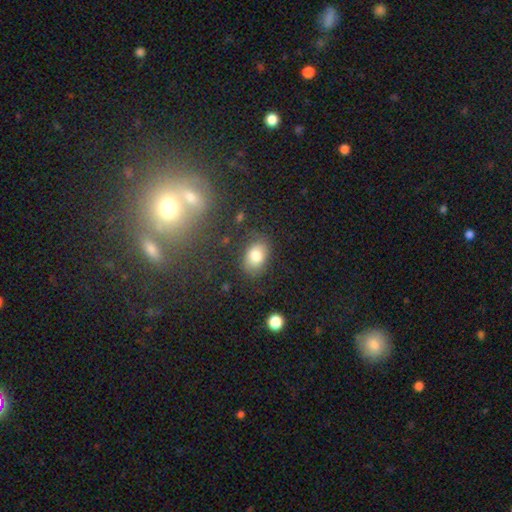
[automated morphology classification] A smooth galaxy with no disk features (80%) that is in between round and cigar-shaped (80%). Merging: none (78%).